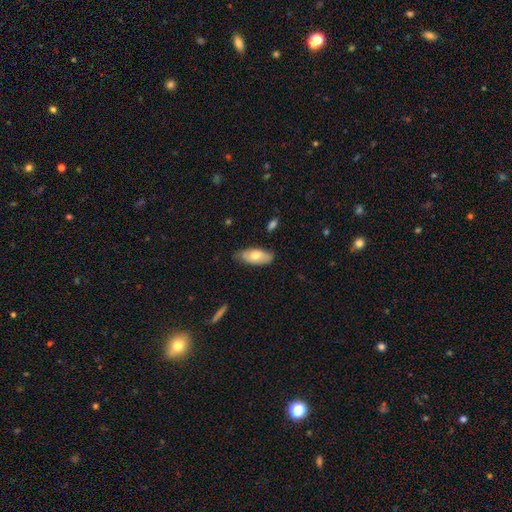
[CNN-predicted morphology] Overall: smooth (66%; featured or disk 28%). How rounded: in between (89%). Merging: none (73%).